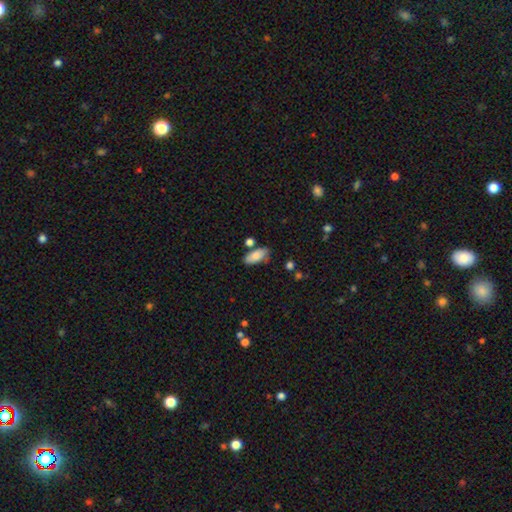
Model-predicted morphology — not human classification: Overall: smooth (84%). How rounded: in between (89%). Merging: none (66%).